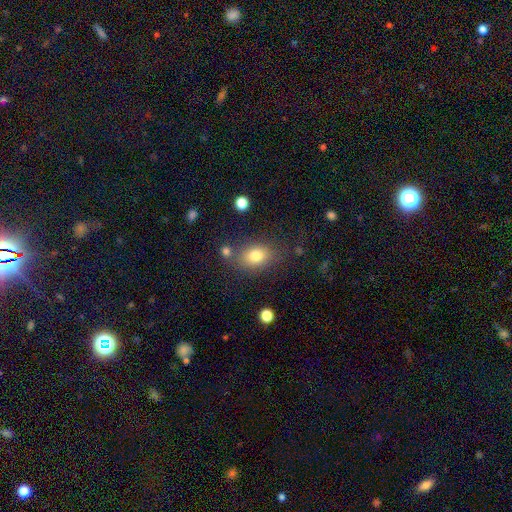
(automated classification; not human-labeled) Smooth or featured? smooth (79%)
How rounded? in between (69%)
Merging? none (71%)